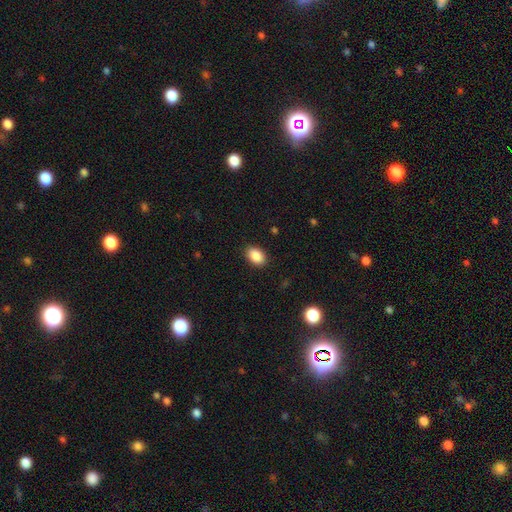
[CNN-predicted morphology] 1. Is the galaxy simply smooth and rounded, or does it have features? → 89% smooth, 8% star or artifact, 3% featured or disk.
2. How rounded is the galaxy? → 83% in between, 15% round, 1% cigar-shaped.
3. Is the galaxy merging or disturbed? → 89% none, 8% minor disturbance, 2% major disturbance, 1% merger.